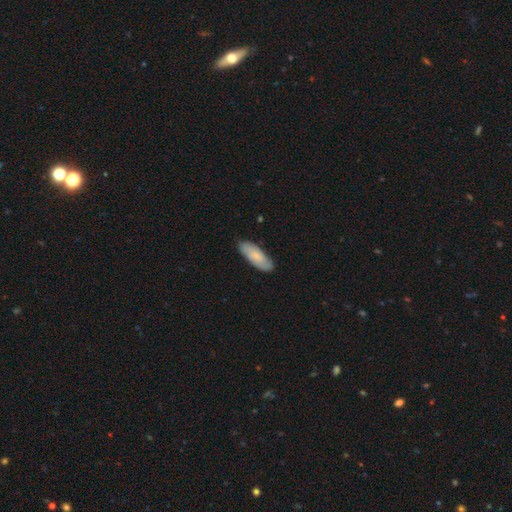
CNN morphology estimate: smooth_or_featured: smooth (p=0.63) [alt: featured or disk p=0.31]
how_rounded: in between (p=0.72) [alt: cigar-shaped p=0.26]
merging: none (p=0.83) [alt: minor disturbance p=0.14]